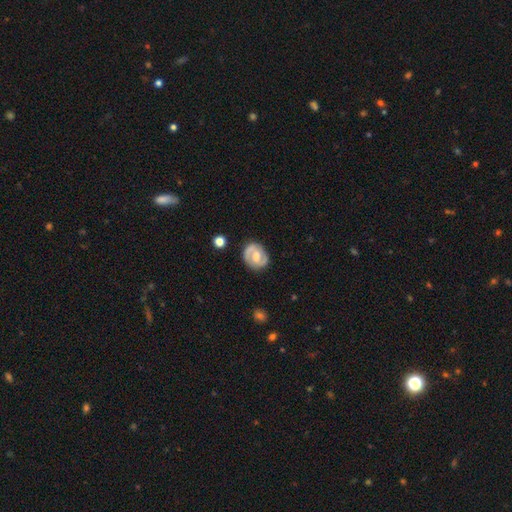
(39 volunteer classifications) A featured or disk galaxy (62%) with a weak bar (65%), 2 (94%) medium (50%) spiral arms (70%) and a large central bulge (48%, tied with moderate).

Vote fractions:
- Smooth or featured? featured or disk: 62% / smooth: 28% / star or artifact: 10%
- Edge-on disk? no: 96% / yes: 4%
- Bar? weak: 65% / strong: 17% / no: 17%
- Spiral arms? yes: 70% / no: 30%
- Spiral winding? medium: 50% / tight: 44% / loose: 6%
- Spiral arm count? 2: 94% / can't tell: 6% / 1: 0% / 3: 0% / 4: 0% / more than 4: 0%
- Bulge size? large: 48% (tied) / moderate: 48% (tied) / small: 4% / dominant: 0% / none: 0%
- Merging? none: 83% / minor disturbance: 14% / major disturbance: 3% / merger: 0%